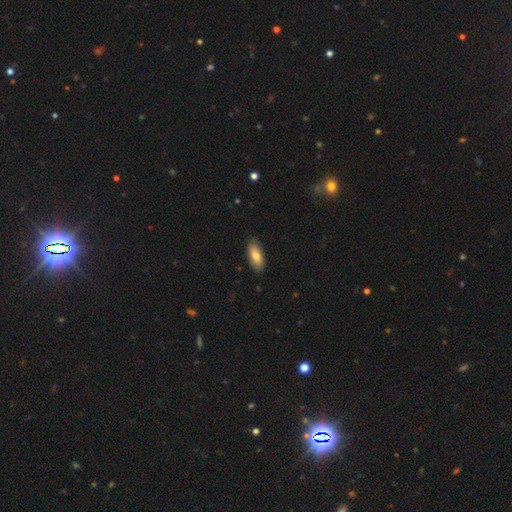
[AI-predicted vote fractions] Smooth or featured? smooth (75%)
How rounded? in between (84%)
Merging? none (86%)